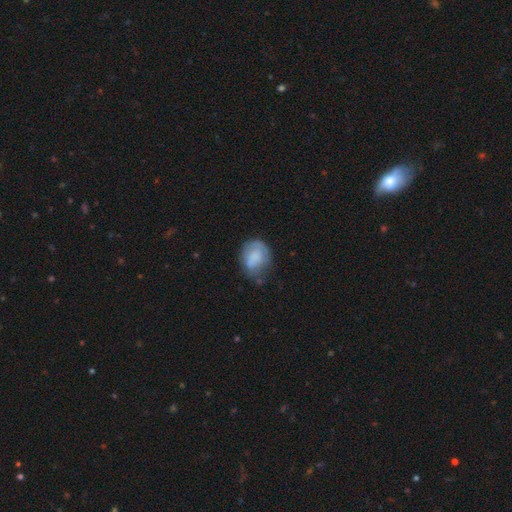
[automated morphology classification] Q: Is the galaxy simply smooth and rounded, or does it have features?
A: smooth — 59%.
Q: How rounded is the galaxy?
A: round — 52%.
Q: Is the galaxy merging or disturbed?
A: none — 48%.